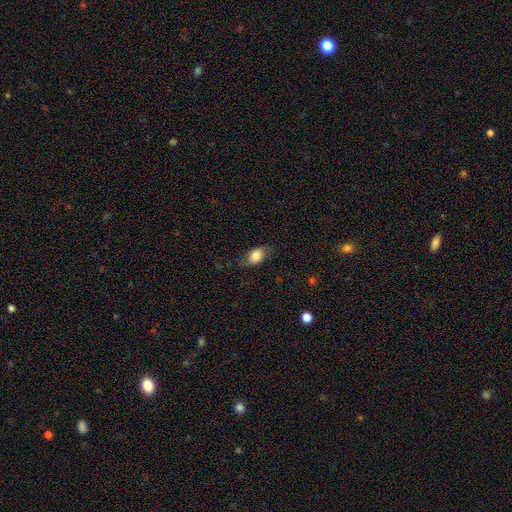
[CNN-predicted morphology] A smooth galaxy with no disk features (77%) that is in between round and cigar-shaped (85%). Merging: none (67%).